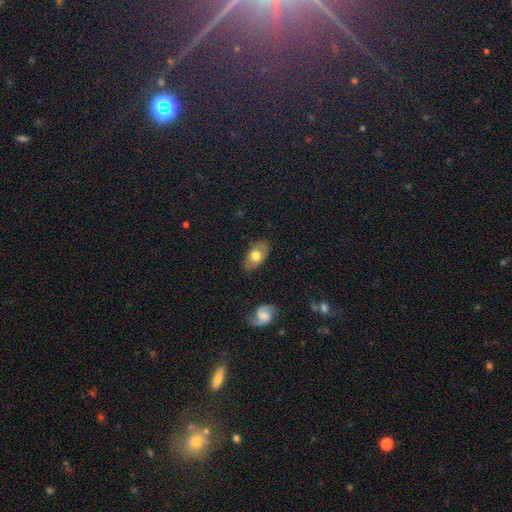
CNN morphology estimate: Smooth or featured? smooth (68%)
How rounded? in between (90%)
Merging? none (82%)